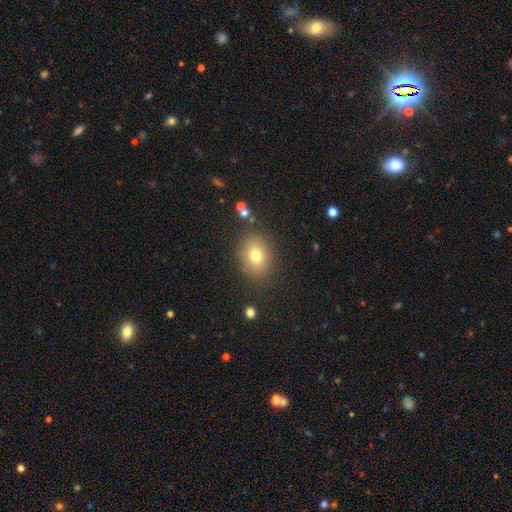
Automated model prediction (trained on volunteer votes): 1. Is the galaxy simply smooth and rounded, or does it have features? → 76% smooth, 12% star or artifact, 12% featured or disk.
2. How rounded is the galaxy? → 52% in between, 47% round, 1% cigar-shaped.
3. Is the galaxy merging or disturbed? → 83% none, 11% minor disturbance, 4% major disturbance, 2% merger.